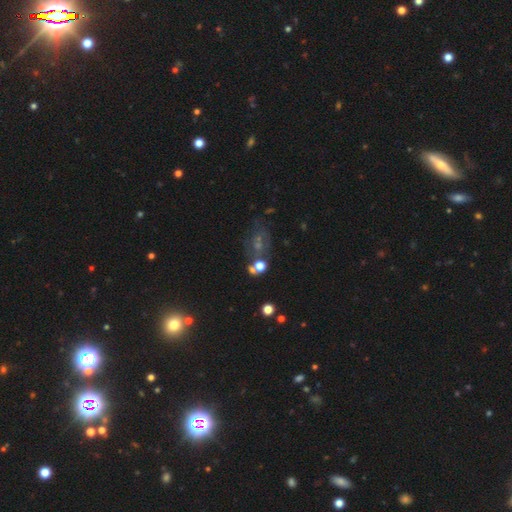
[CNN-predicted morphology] This appears to be a star or artifact, not a galaxy (60%).